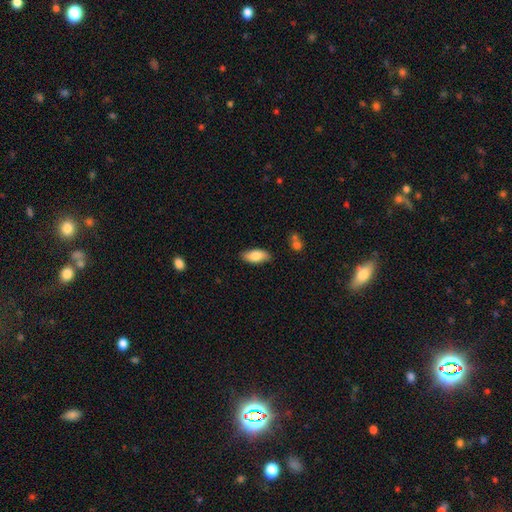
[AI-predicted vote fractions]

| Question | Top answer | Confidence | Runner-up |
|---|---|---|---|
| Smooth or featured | smooth | 82% | featured or disk (11%) |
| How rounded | in between | 89% | cigar-shaped (9%) |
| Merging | none | 84% | minor disturbance (12%) |